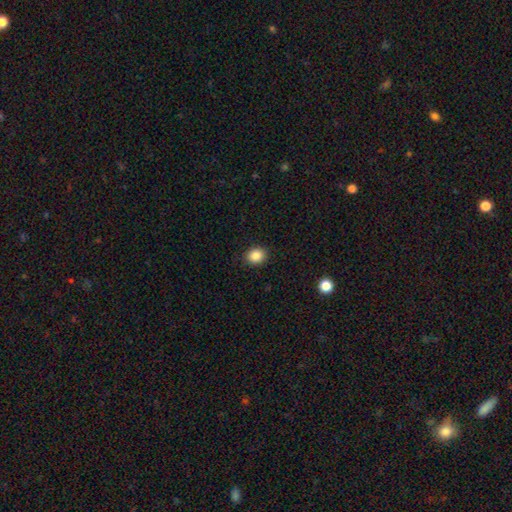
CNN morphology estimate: Q: Smooth or featured?
A: smooth (86%); runner-up: star or artifact (10%)
Q: How rounded?
A: round (68%); runner-up: in between (31%)
Q: Merging?
A: none (90%); runner-up: minor disturbance (7%)